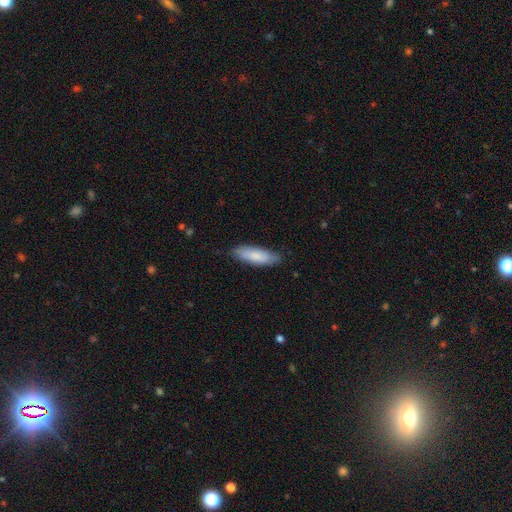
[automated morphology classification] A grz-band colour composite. It shows a smooth galaxy with no disk features (81%) that is in between round and cigar-shaped (55%). Merging: none (81%).